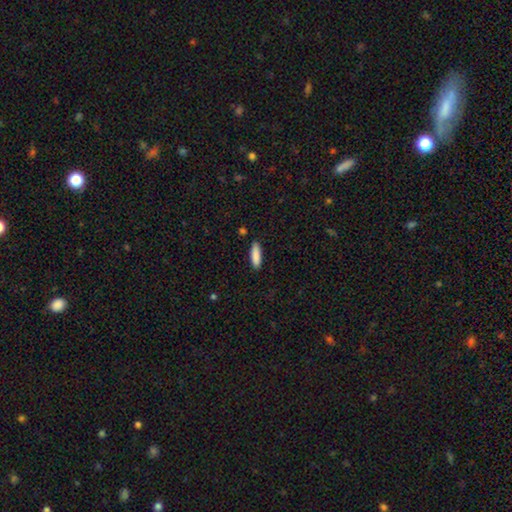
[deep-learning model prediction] smooth-or-featured: smooth: 88% | star or artifact: 6% | featured or disk: 6%
  how-rounded: cigar-shaped: 55% | in between: 43% | round: 2%
  merging: none: 87% | minor disturbance: 9% | major disturbance: 2% | merger: 2%